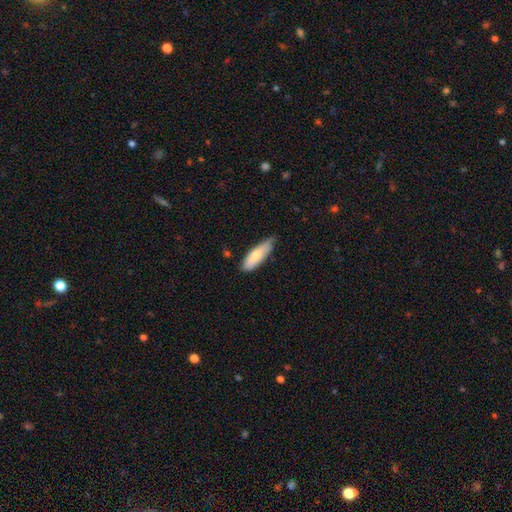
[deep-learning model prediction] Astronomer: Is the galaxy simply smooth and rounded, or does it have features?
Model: smooth — 72%.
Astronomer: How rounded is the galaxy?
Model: in between — 56% (runner-up: cigar-shaped, 42%).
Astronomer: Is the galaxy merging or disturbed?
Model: none — 61%.